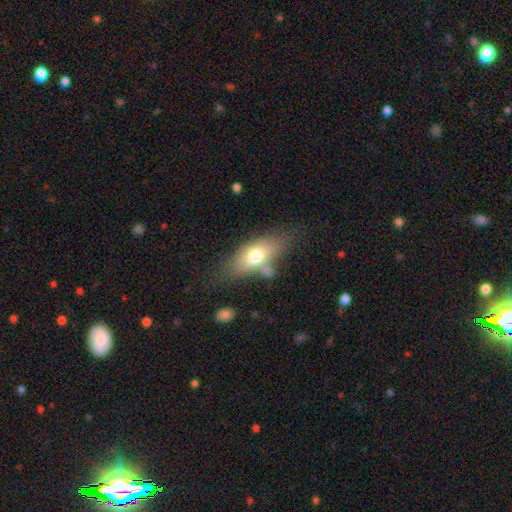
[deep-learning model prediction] Smooth or featured: smooth — 67% (featured or disk — 25%)
How rounded: in between — 78% (cigar-shaped — 15%)
Merging: none — 52% (minor disturbance — 22%)